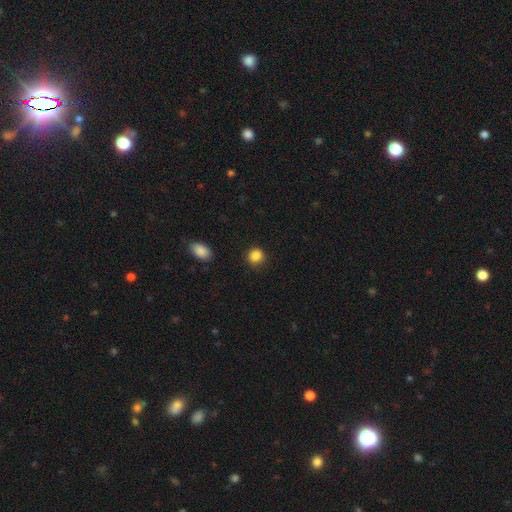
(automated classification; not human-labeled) Smooth or featured: smooth — 87% (star or artifact — 10%)
How rounded: round — 87% (in between — 12%)
Merging: none — 88% (minor disturbance — 8%)